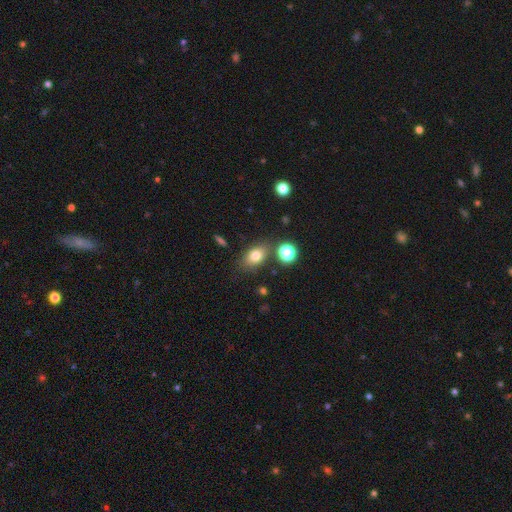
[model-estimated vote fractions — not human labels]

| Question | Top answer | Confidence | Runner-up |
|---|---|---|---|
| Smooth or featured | smooth | 78% | star or artifact (12%) |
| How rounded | in between | 78% | round (19%) |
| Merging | none | 76% | minor disturbance (13%) |